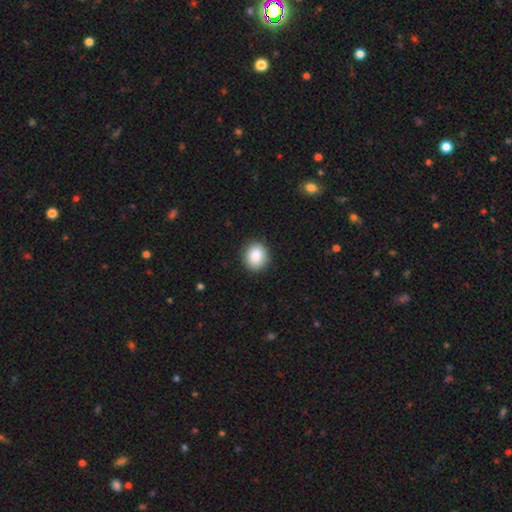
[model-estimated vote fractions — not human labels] Smooth or featured? smooth (88%)
How rounded? round (73%)
Merging? none (90%)